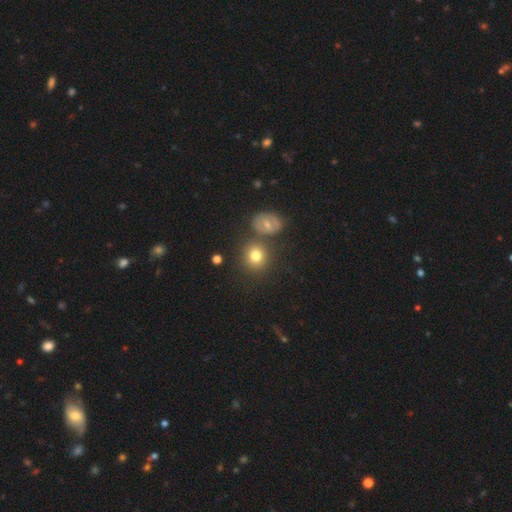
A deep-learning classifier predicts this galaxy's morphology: Overall: smooth (77%). How rounded: round (85%). Merging: none (70%).